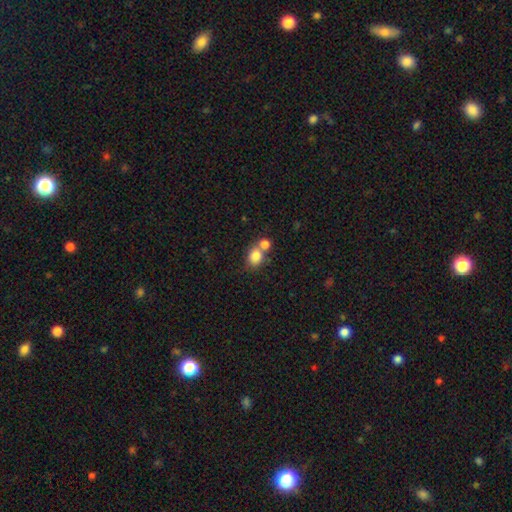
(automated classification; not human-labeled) Smooth or featured?
  - smooth: 81% *
  - star or artifact: 10%
  - featured or disk: 9%
How rounded?
  - round: 64% *
  - in between: 35%
  - cigar-shaped: 1%
Merging?
  - merger: 45% *
  - none: 43%
  - minor disturbance: 8%
  - major disturbance: 3%